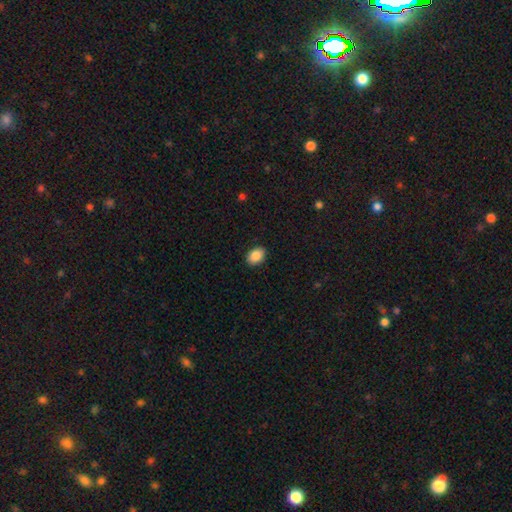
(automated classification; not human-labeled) smooth_or_featured: smooth (p=0.89) [alt: star or artifact p=0.08]
how_rounded: in between (p=0.78) [alt: round p=0.21]
merging: none (p=0.90) [alt: minor disturbance p=0.08]